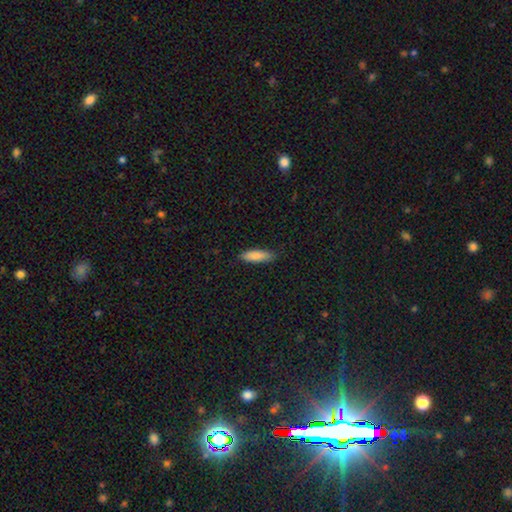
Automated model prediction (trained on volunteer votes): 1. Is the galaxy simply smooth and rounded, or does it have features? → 85% smooth, 9% featured or disk, 6% star or artifact.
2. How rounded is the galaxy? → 51% cigar-shaped, 47% in between, 2% round.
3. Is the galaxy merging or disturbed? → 85% none, 12% minor disturbance, 2% major disturbance, 1% merger.